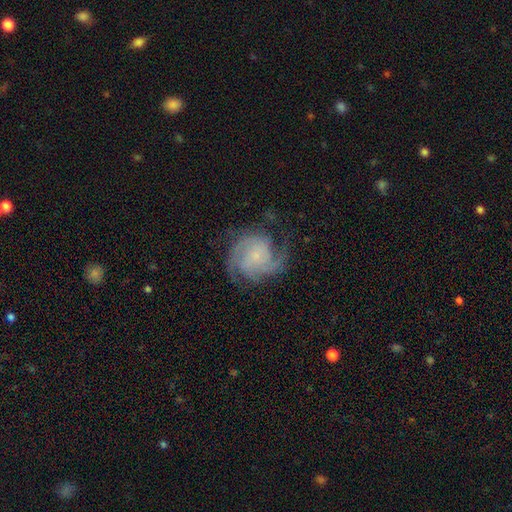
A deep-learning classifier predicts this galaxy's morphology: Overall: featured or disk (86%). Edge-on disk: no (98%). Bar: no (69%). Spiral arms: yes (97%). Spiral arm count: 2 (34%, tied with 3). Spiral winding: tight (46%; medium 43%). Bulge size: small (61%). Merging: none (69%).